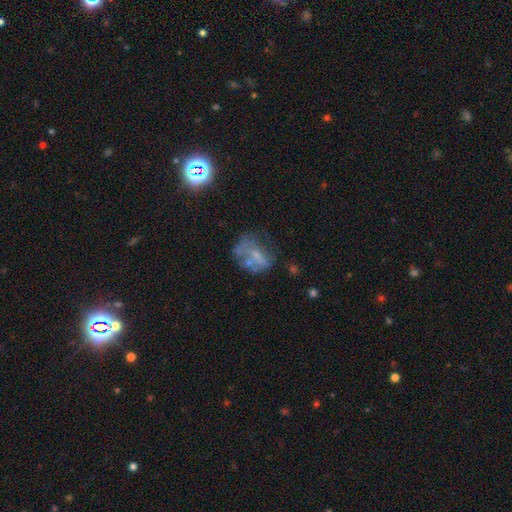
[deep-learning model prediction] This appears to be a featured or disk galaxy (49%). Merging: none (37%).